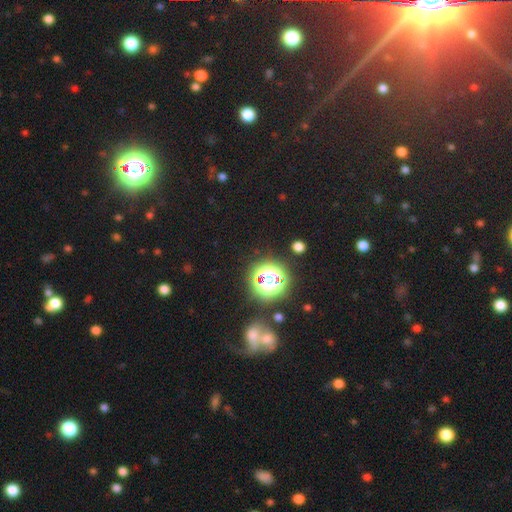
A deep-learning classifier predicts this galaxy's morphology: This is likely a star or artifact rather than a galaxy (70%).